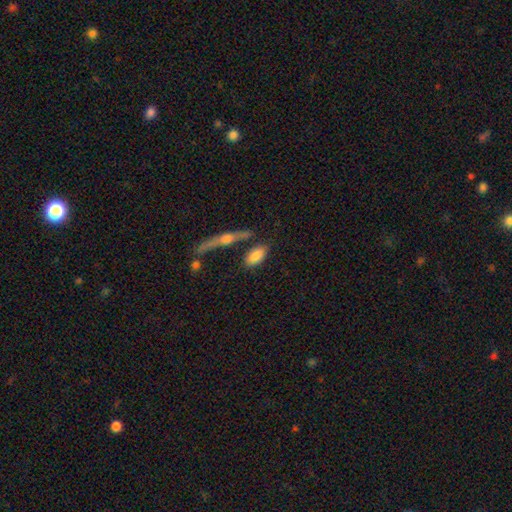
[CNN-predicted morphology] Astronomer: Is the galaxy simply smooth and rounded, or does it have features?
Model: smooth — 82%.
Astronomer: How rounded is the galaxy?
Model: in between — 88%.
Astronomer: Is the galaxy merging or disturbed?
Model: none — 70%.